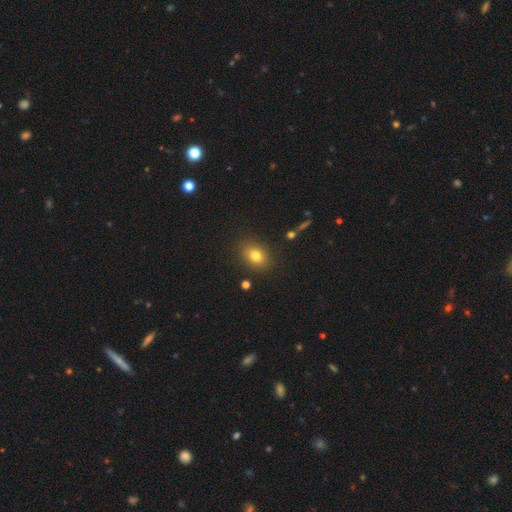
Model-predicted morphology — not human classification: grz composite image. It shows a smooth galaxy with no disk features (79%) that is in between round and cigar-shaped (56%). Merging: none (85%).